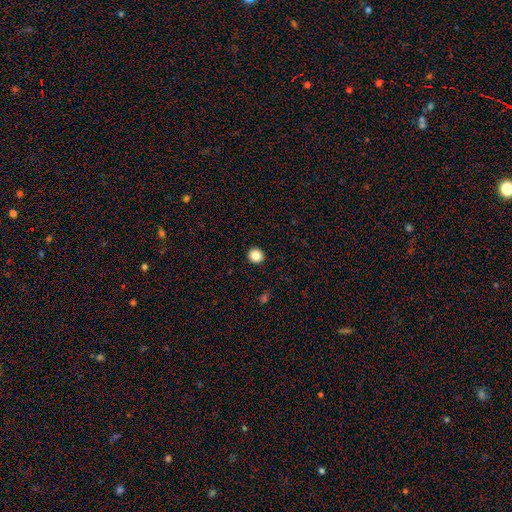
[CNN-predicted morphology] The model was most divided on "smooth or featured": smooth: 86%, star or artifact: 10%, featured or disk: 4%. More confident: merging — none (93%); how rounded — round (91%).